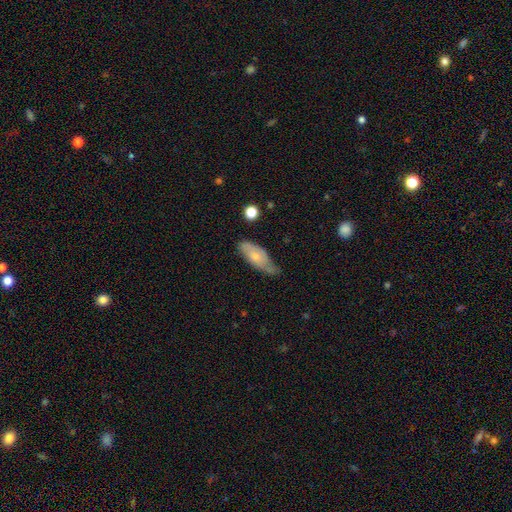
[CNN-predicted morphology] Smooth or featured? smooth (50%)
How rounded? in between (76%)
Merging? none (54%)